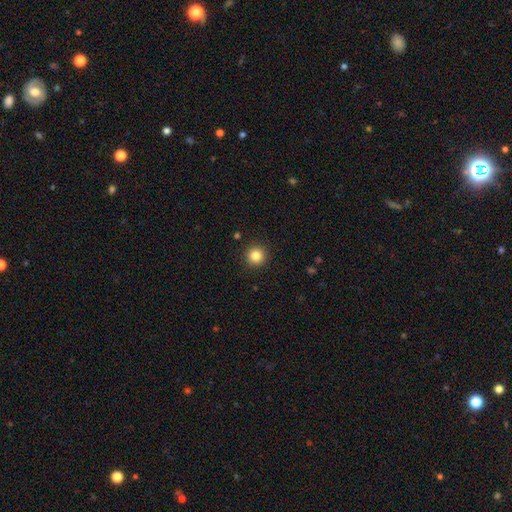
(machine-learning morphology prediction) This appears to be a smooth galaxy with no disk features (83%) that is round (95%). Merging: none (92%).